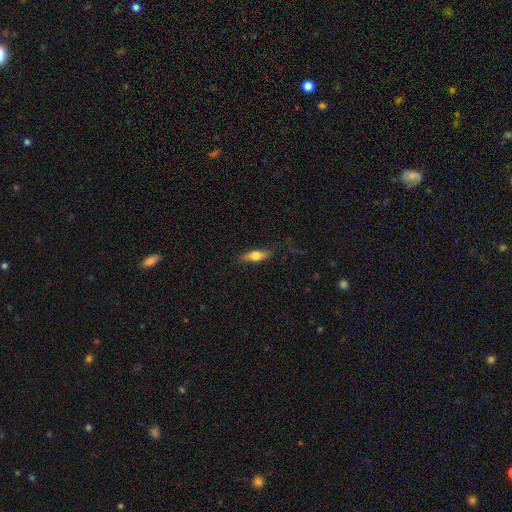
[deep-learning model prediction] Smooth or featured: smooth — 54% (featured or disk — 40%)
How rounded: cigar-shaped — 53% (in between — 43%)
Merging: none — 78% (minor disturbance — 16%)